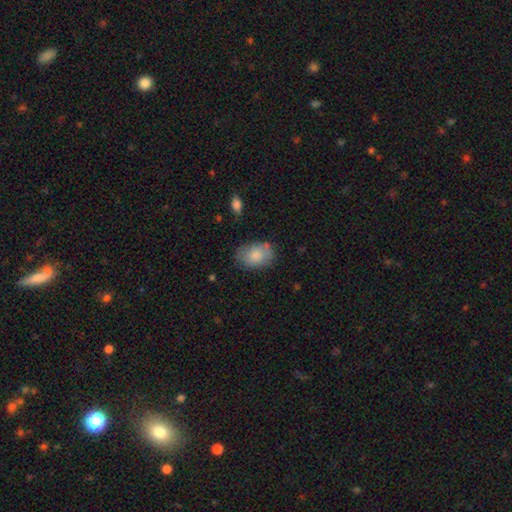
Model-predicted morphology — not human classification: A smooth galaxy with no disk features (79%) that is in between round and cigar-shaped (80%).

Vote fractions:
- Smooth or featured? smooth: 79% / featured or disk: 14% / star or artifact: 7%
- How rounded? in between: 80% / round: 19% / cigar-shaped: 1%
- Merging? none: 69% / minor disturbance: 22% / major disturbance: 6% / merger: 3%